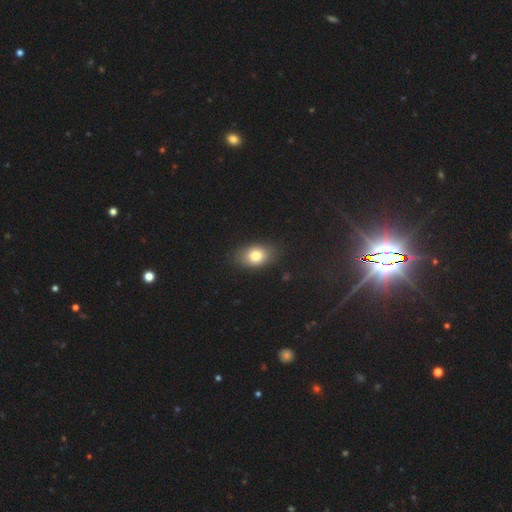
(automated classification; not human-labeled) smooth-or-featured: smooth: 79% | featured or disk: 12% | star or artifact: 10%
  how-rounded: in between: 77% | round: 21% | cigar-shaped: 2%
  merging: none: 83% | minor disturbance: 12% | major disturbance: 3% | merger: 1%